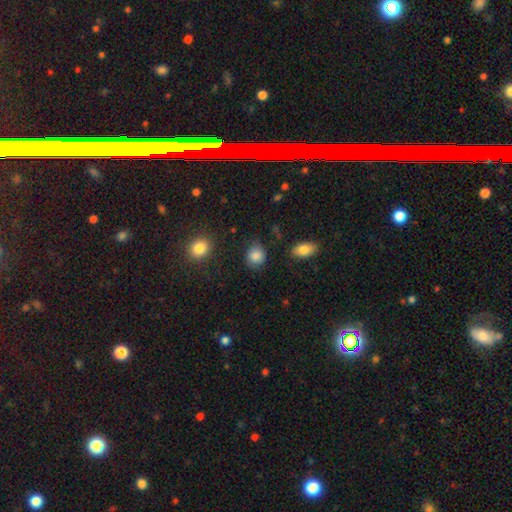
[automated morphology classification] Smooth or featured? smooth (85%)
How rounded? round (71%)
Merging? none (77%)